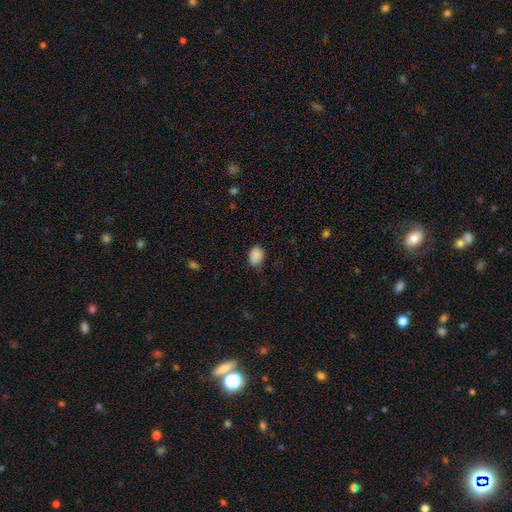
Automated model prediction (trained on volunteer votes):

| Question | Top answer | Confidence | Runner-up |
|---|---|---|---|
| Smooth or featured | smooth | 88% | star or artifact (9%) |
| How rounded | in between | 67% | round (32%) |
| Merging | none | 73% | minor disturbance (21%) |